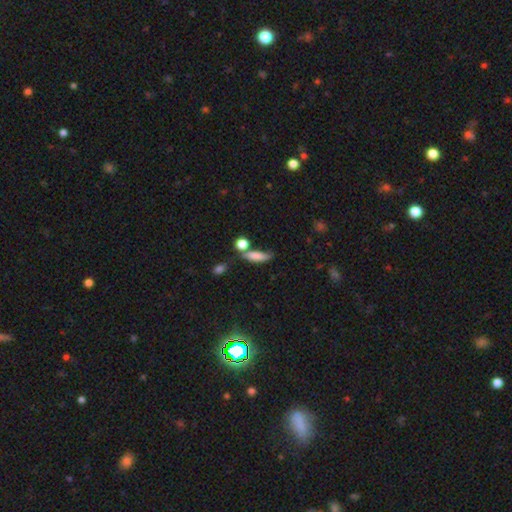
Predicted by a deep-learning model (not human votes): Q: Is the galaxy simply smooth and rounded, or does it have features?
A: smooth — 76%.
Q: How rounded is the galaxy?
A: in between — 48%.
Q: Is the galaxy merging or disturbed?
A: none — 51%.